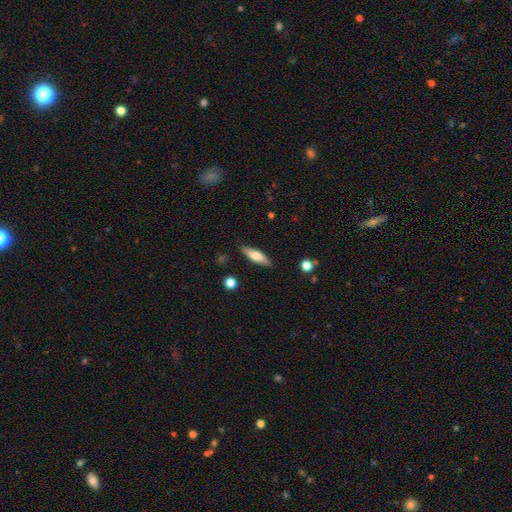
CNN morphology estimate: Smooth or featured? smooth (65%)
How rounded? cigar-shaped (58%)
Merging? none (86%)